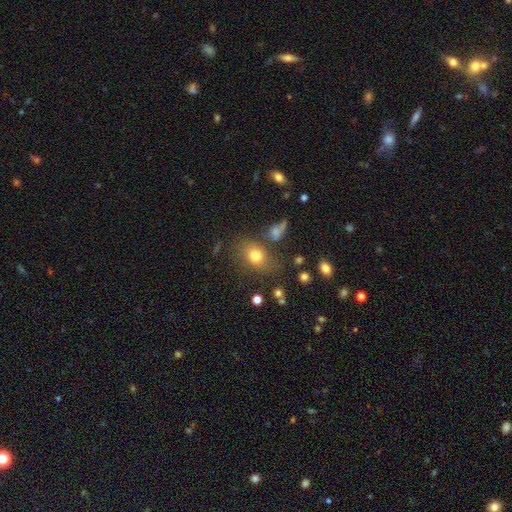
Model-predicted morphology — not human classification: Overall: smooth (76%). How rounded: in between (62%; round 37%). Merging: none (71%).